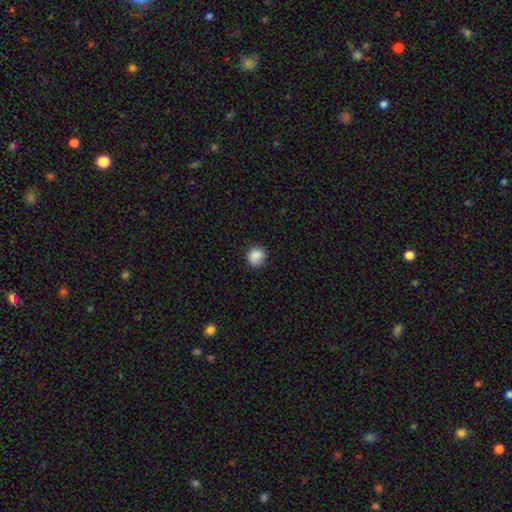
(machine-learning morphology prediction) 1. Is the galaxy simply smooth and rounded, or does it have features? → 86% smooth, 9% star or artifact, 5% featured or disk.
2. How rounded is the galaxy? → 80% round, 19% in between, 1% cigar-shaped.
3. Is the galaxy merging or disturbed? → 77% none, 18% minor disturbance, 4% major disturbance, 1% merger.